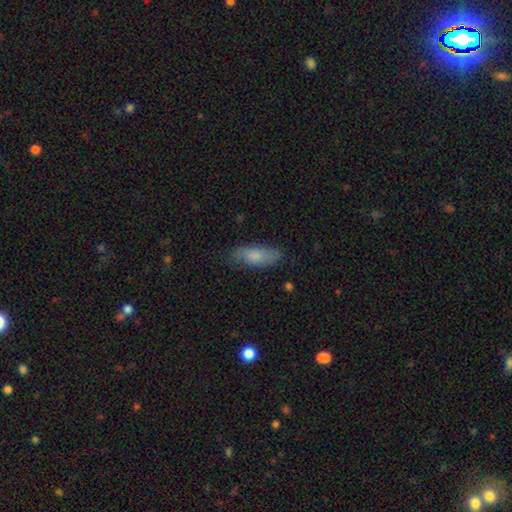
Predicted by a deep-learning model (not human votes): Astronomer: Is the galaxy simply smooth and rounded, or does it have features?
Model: smooth — 76%.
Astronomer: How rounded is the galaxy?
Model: in between — 72%.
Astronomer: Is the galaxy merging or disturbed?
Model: none — 75%.